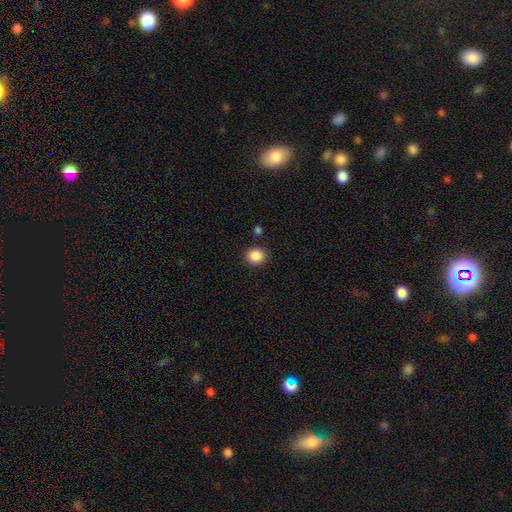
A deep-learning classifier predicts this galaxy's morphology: smooth_or_featured: smooth (p=0.88) [alt: star or artifact p=0.09]
how_rounded: round (p=0.80) [alt: in between p=0.19]
merging: none (p=0.86) [alt: minor disturbance p=0.08]